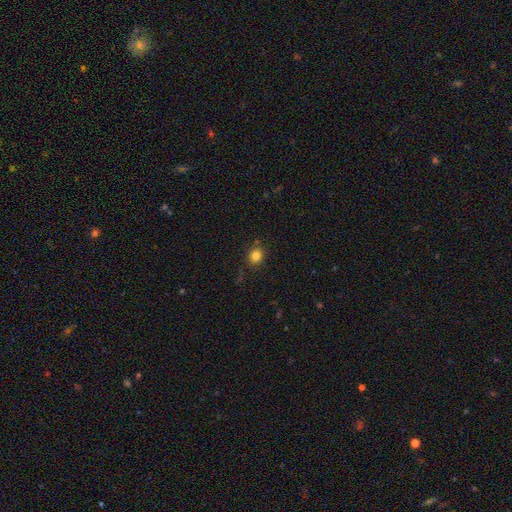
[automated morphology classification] This appears to be a smooth galaxy with no disk features (81%) that is round (82%). Merging: none (85%).